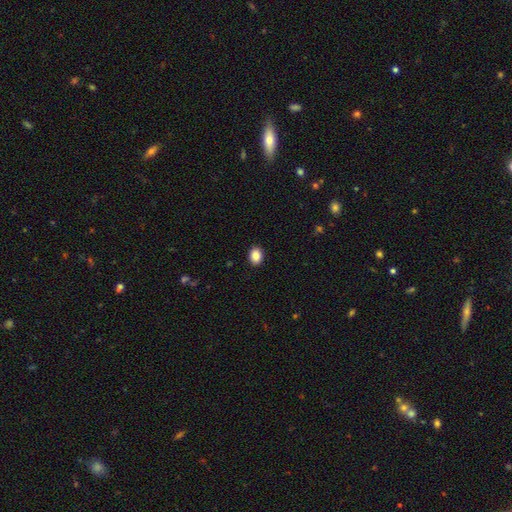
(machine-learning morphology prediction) smooth-or-featured: smooth: 88% | star or artifact: 8% | featured or disk: 4%
  how-rounded: in between: 65% | round: 34% | cigar-shaped: 1%
  merging: none: 91% | minor disturbance: 6% | major disturbance: 2% | merger: 1%